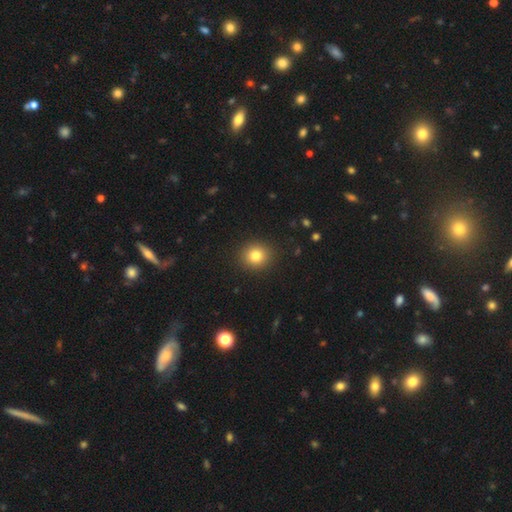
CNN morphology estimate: smooth 82%, star or artifact 11%, featured or disk 7%. Down the decision tree: how rounded — round (83%); merging — none (91%).